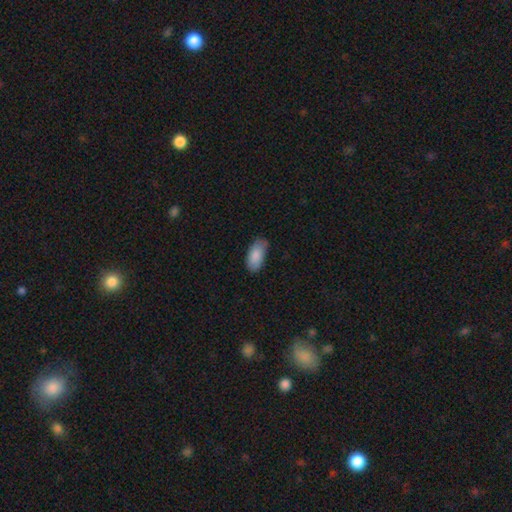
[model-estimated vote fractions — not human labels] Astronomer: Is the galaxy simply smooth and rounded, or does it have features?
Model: smooth — 87%.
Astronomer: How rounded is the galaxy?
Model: in between — 94%.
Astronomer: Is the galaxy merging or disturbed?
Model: none — 71%.